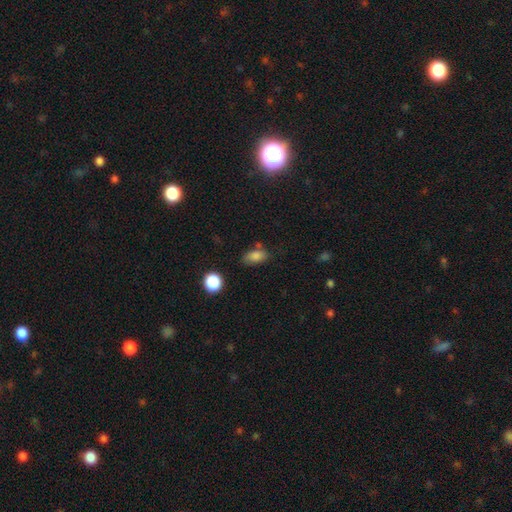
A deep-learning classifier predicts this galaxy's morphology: type=smooth (81%); roundness=in between (86%); merging=none (63%).